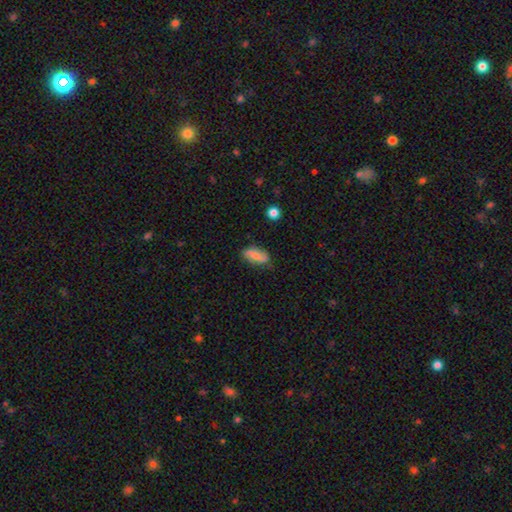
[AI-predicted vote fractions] Overall: smooth (69%). How rounded: in between (84%). Merging: none (74%).